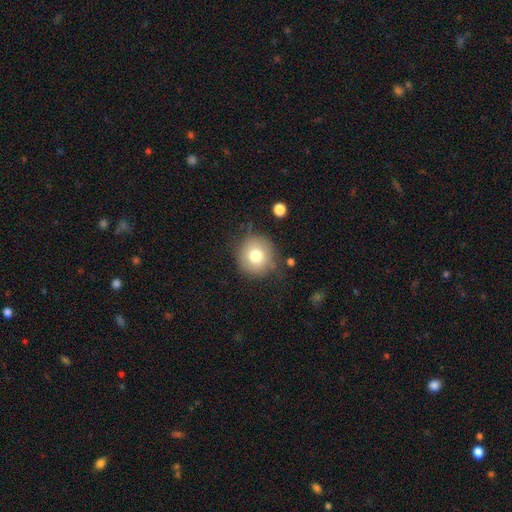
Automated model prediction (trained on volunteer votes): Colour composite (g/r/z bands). It shows a smooth galaxy with no disk features (76%) that is round (89%). Merging: none (75%).